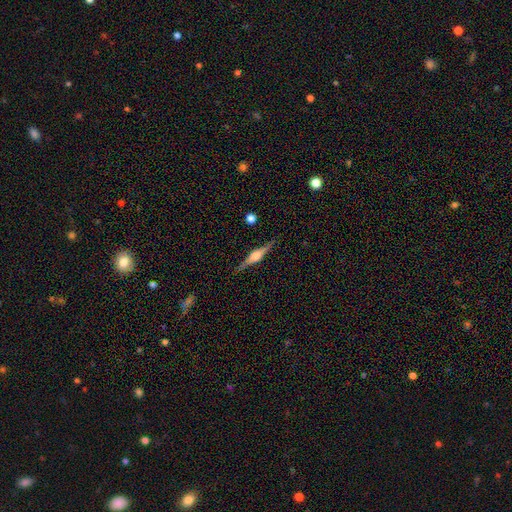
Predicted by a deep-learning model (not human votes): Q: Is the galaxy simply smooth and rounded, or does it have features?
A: featured or disk — 82%.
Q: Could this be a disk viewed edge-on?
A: yes — 98%.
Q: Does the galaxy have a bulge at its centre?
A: rounded — 84%.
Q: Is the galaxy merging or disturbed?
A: none — 89%.